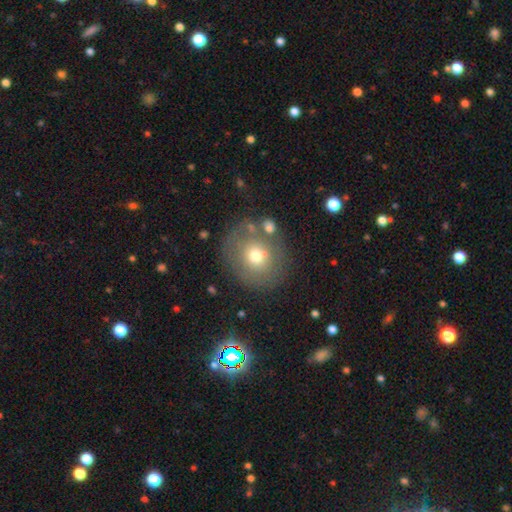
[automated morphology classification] smooth-or-featured: smooth: 63% | featured or disk: 25% | star or artifact: 12%
  how-rounded: round: 76% | in between: 23% | cigar-shaped: 1%
  merging: none: 70% | minor disturbance: 15% | major disturbance: 8% | merger: 8%